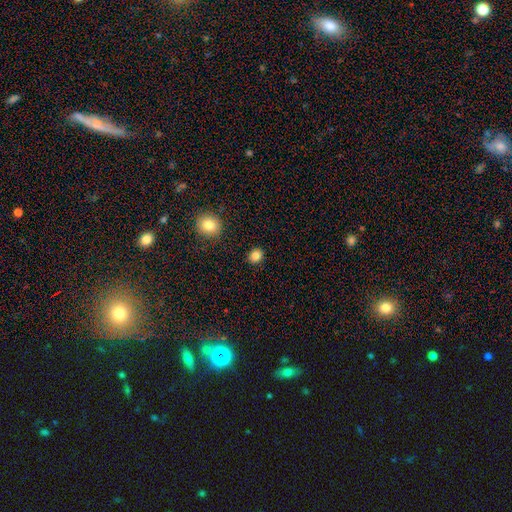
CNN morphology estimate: This appears to be a smooth galaxy with no disk features (84%) that is round (74%). Merging: none (90%).